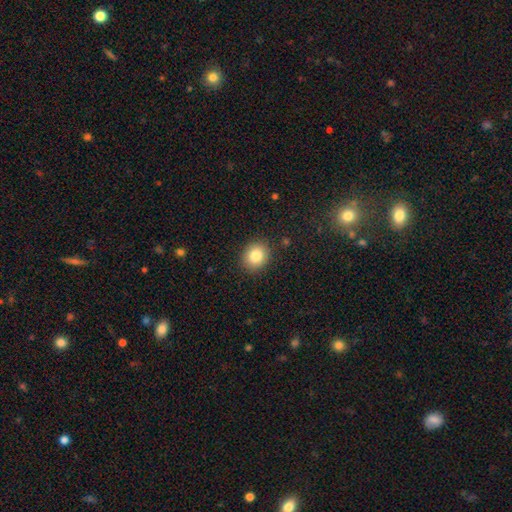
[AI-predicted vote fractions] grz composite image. It shows a smooth galaxy with no disk features (82%) that is round (69%). Merging: none (89%).